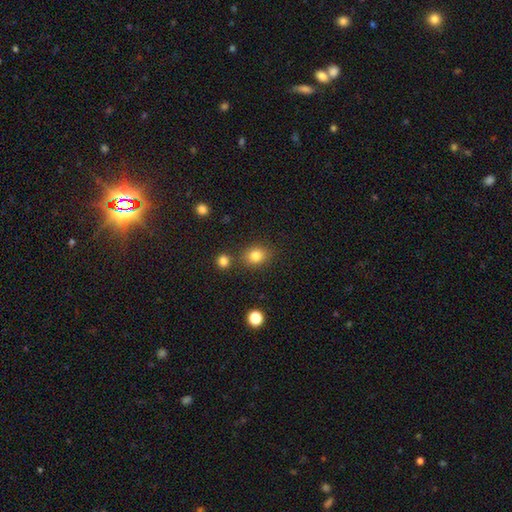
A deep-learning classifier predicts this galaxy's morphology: A smooth galaxy with no disk features (83%) that is round (61%).

Vote fractions:
- Smooth or featured? smooth: 83% / star or artifact: 11% / featured or disk: 6%
- How rounded? round: 61% / in between: 38% / cigar-shaped: 1%
- Merging? none: 79% / minor disturbance: 11% / merger: 7% / major disturbance: 3%